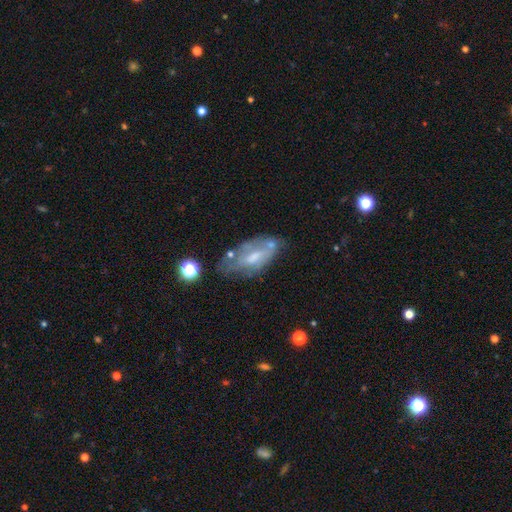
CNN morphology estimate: Smooth or featured: featured or disk — 57% (smooth — 34%)
Edge-on disk: no — 82% (yes — 18%)
Merging: none — 51% (minor disturbance — 26%)